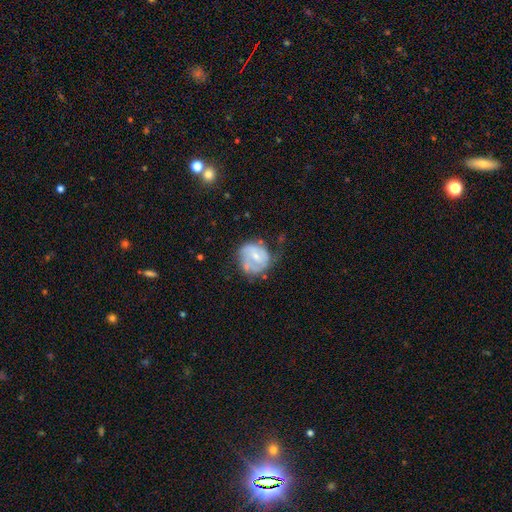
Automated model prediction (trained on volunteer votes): Smooth or featured?
  - featured or disk: 58% *
  - smooth: 36%
  - star or artifact: 7%
Edge-on disk?
  - no: 98% *
  - yes: 2%
Bar?
  - no: 52% *
  - weak: 39%
  - strong: 8%
Spiral arms?
  - yes: 61% *
  - no: 39%
Bulge size?
  - small: 51% *
  - moderate: 40%
  - none: 6%
  - large: 2%
  - dominant: 1%
Merging?
  - none: 42% *
  - minor disturbance: 31%
  - major disturbance: 21%
  - merger: 6%